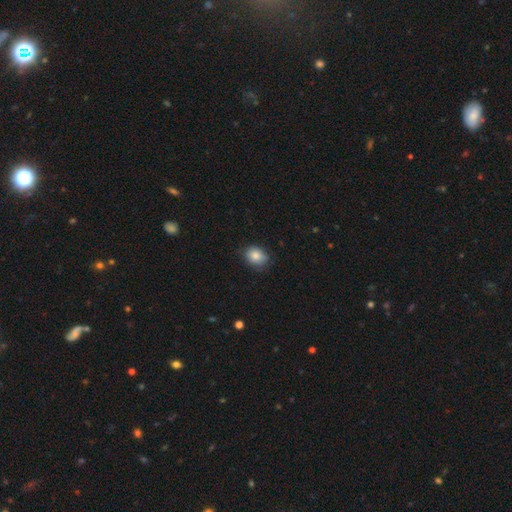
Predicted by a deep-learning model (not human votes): smooth 85%, star or artifact 8%, featured or disk 7%. Down the decision tree: how rounded — in between (56%); merging — none (73%).